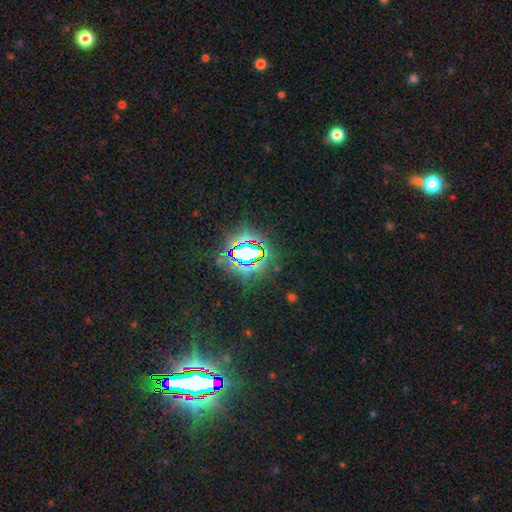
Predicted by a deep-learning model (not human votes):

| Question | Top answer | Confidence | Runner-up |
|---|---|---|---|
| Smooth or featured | star or artifact | 82% | smooth (10%) |